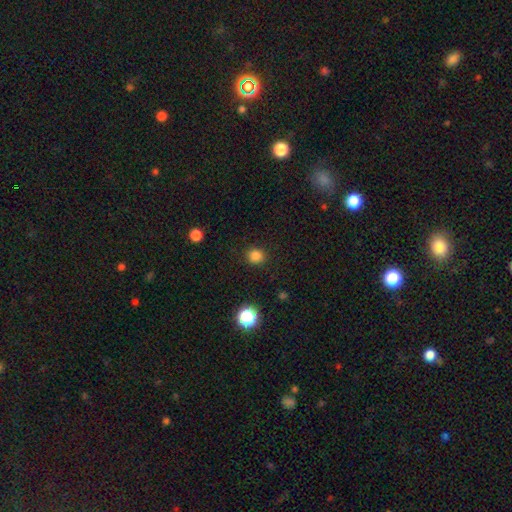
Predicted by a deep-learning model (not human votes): Smooth or featured? Predicted: smooth (p=0.83). How rounded? Predicted: round (p=0.86). Merging? Predicted: none (p=0.90).